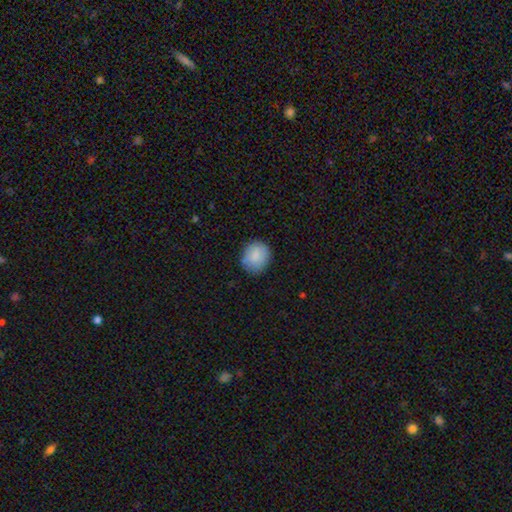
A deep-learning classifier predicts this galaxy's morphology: smooth_or_featured: smooth (p=0.86) [alt: featured or disk p=0.07]
how_rounded: round (p=0.77) [alt: in between p=0.22]
merging: none (p=0.81) [alt: minor disturbance p=0.14]